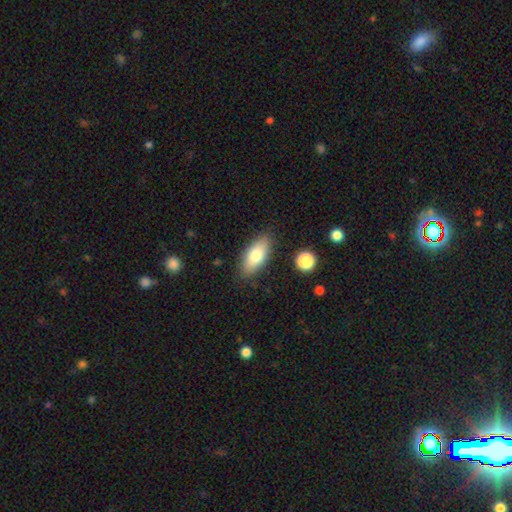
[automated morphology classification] smooth_or_featured: smooth (p=0.76) [alt: featured or disk p=0.17]
how_rounded: in between (p=0.81) [alt: cigar-shaped p=0.16]
merging: none (p=0.87) [alt: minor disturbance p=0.10]